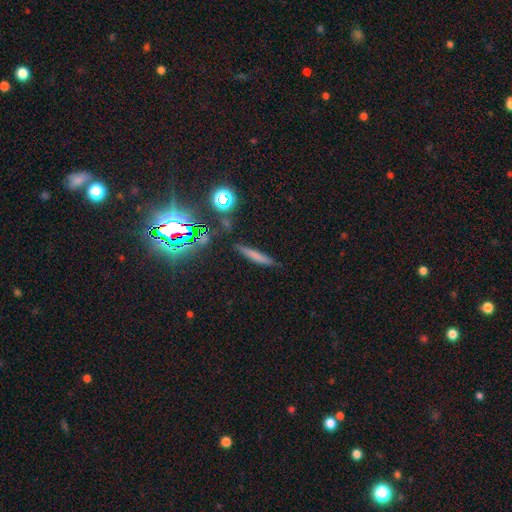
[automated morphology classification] A smooth galaxy with no disk features (63%) that is cigar-shaped (91%).

Vote fractions:
- Smooth or featured? smooth: 63% / featured or disk: 20% / star or artifact: 17%
- How rounded? cigar-shaped: 91% / in between: 7% / round: 3%
- Merging? none: 83% / minor disturbance: 11% / merger: 3% / major disturbance: 3%